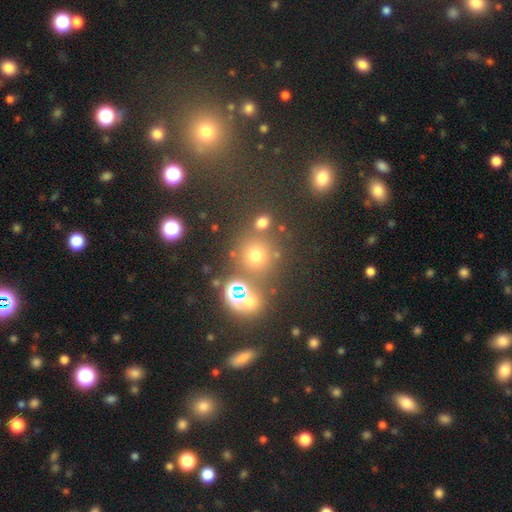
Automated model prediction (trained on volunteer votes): Morphology: type=smooth (57%); roundness=round (87%); merging=none (69%).